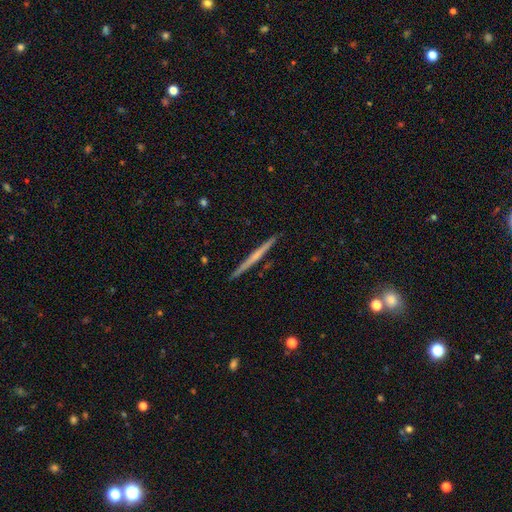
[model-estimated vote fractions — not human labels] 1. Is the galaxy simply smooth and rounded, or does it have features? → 58% featured or disk, 37% smooth, 5% star or artifact.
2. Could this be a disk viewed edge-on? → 98% yes, 2% no.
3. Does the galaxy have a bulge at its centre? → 78% none, 17% rounded, 5% boxy.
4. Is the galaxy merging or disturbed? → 92% none, 5% minor disturbance, 1% merger, 1% major disturbance.